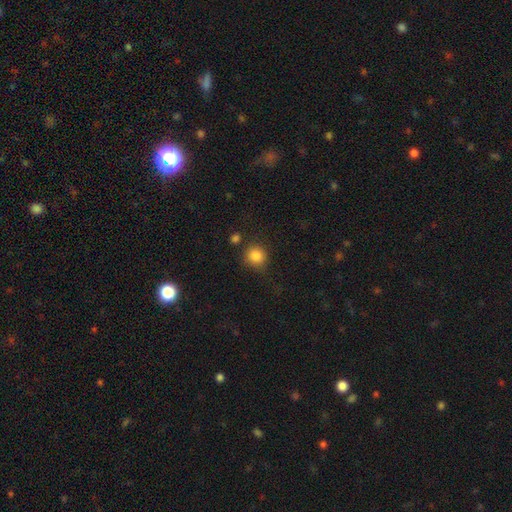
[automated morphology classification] smooth 85%, star or artifact 10%, featured or disk 5%. Down the decision tree: how rounded — round (90%); merging — none (78%).